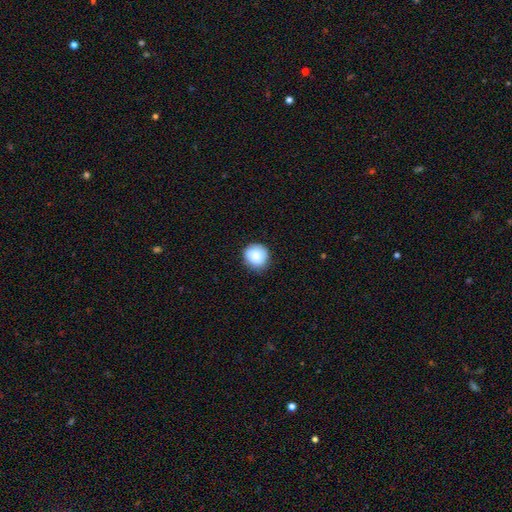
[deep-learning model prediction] smooth_or_featured: smooth (p=0.83) [alt: featured or disk p=0.09]
how_rounded: round (p=0.89) [alt: in between p=0.10]
merging: none (p=0.82) [alt: minor disturbance p=0.14]